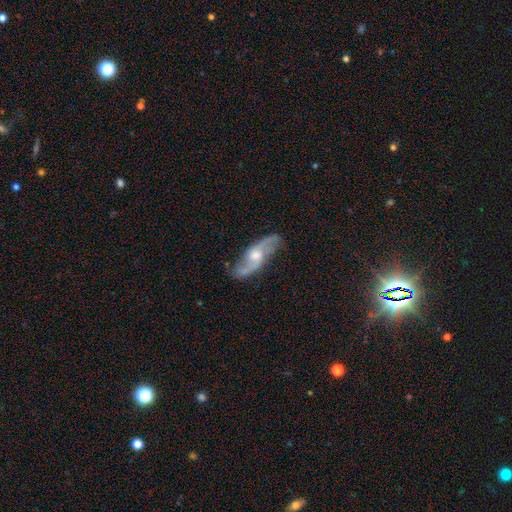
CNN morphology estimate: Smooth or featured? Predicted: featured or disk (p=0.83). Edge-on disk? Predicted: no (p=0.87). Bar? Predicted: no (p=0.54). Spiral arms? Predicted: yes (p=0.95). Spiral winding? Predicted: loose (p=0.49). Spiral arm count? Predicted: 2 (p=0.88). Bulge size? Predicted: moderate (p=0.62). Merging? Predicted: none (p=0.75).